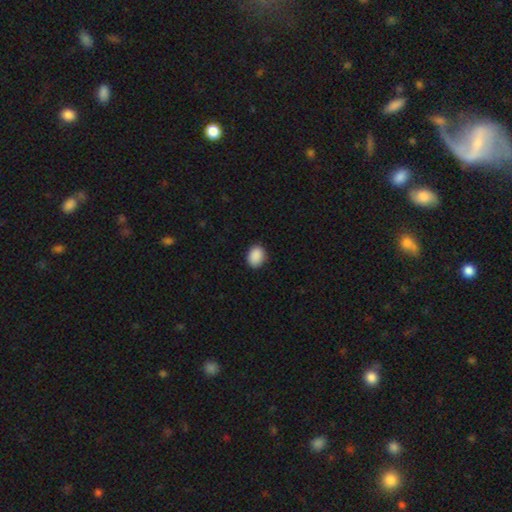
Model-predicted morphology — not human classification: smooth_or_featured: smooth (p=0.89) [alt: star or artifact p=0.08]
how_rounded: in between (p=0.65) [alt: round p=0.34]
merging: none (p=0.85) [alt: minor disturbance p=0.12]